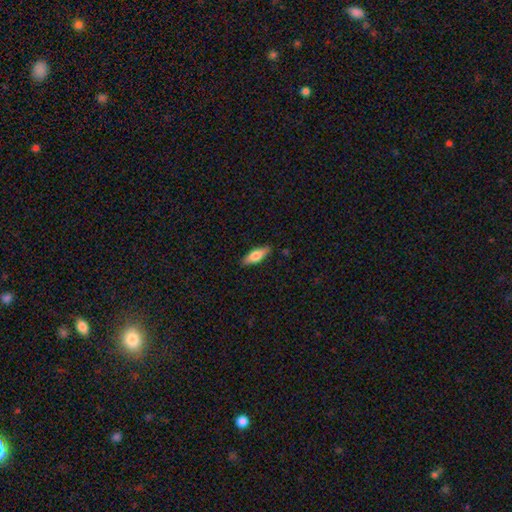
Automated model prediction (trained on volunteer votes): A smooth galaxy with no disk features (64%) that is in between round and cigar-shaped (57%).

Vote fractions:
- Smooth or featured? smooth: 64% / featured or disk: 30% / star or artifact: 6%
- How rounded? in between: 57% / cigar-shaped: 40% / round: 2%
- Merging? none: 87% / minor disturbance: 10% / major disturbance: 2% / merger: 1%